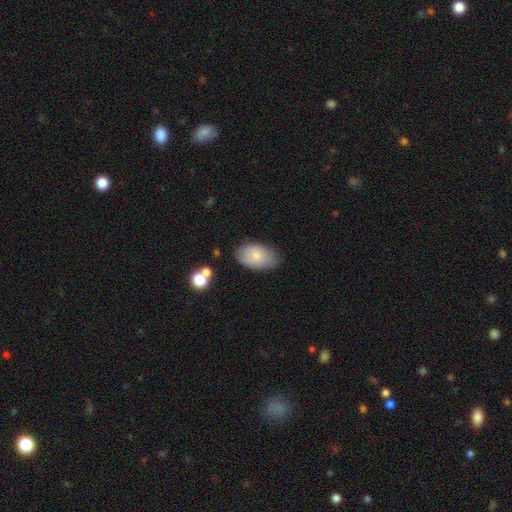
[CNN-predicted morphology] Overall: smooth (77%). How rounded: in between (91%). Merging: none (75%).